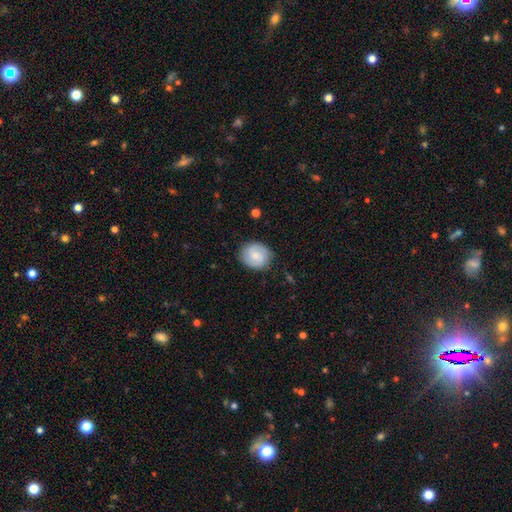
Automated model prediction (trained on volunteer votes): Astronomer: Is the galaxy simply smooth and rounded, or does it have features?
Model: smooth — 66%.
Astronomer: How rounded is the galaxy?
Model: round — 73%.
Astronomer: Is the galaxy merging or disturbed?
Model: none — 82%.